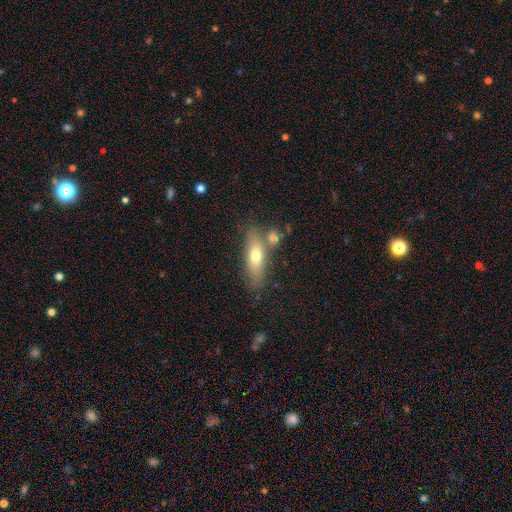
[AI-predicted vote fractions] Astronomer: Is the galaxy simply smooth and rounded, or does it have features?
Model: smooth — 64%.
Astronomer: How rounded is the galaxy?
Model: in between — 49% (runner-up: cigar-shaped, 47%).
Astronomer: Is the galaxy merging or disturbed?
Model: none — 65%.